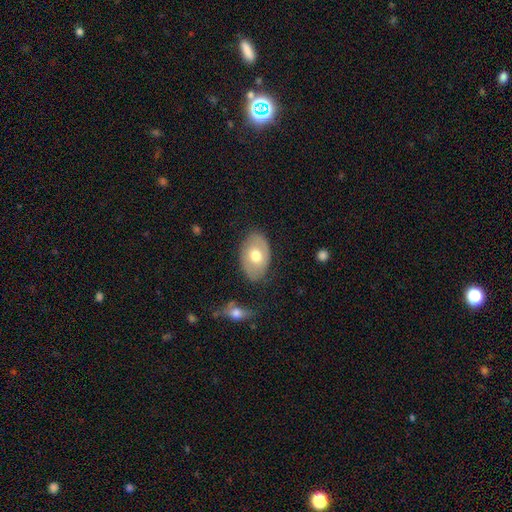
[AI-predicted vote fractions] Smooth or featured?
  - smooth: 61% *
  - featured or disk: 32%
  - star or artifact: 6%
How rounded?
  - in between: 88% *
  - round: 11%
  - cigar-shaped: 1%
Merging?
  - none: 78% *
  - minor disturbance: 16%
  - major disturbance: 4%
  - merger: 2%